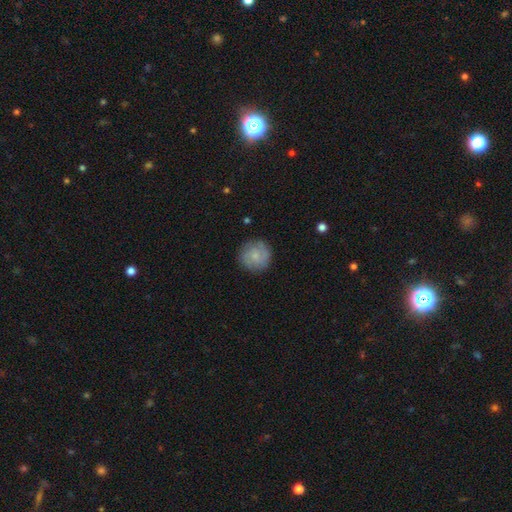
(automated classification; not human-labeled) A smooth galaxy with no disk features (54%) that is round (93%). Merging: none (82%).